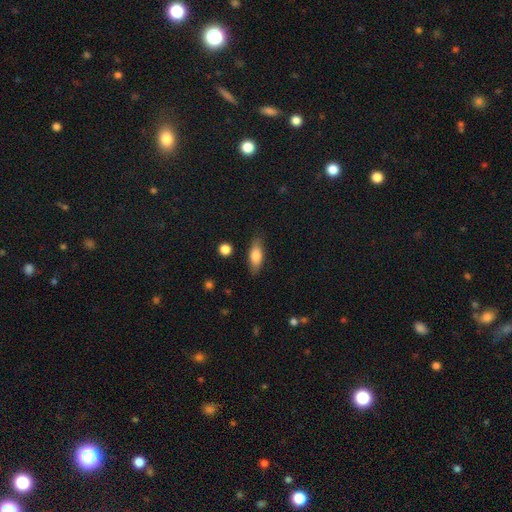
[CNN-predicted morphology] smooth_or_featured: smooth (p=0.77) [alt: featured or disk p=0.16]
how_rounded: in between (p=0.71) [alt: cigar-shaped p=0.26]
merging: none (p=0.82) [alt: minor disturbance p=0.13]